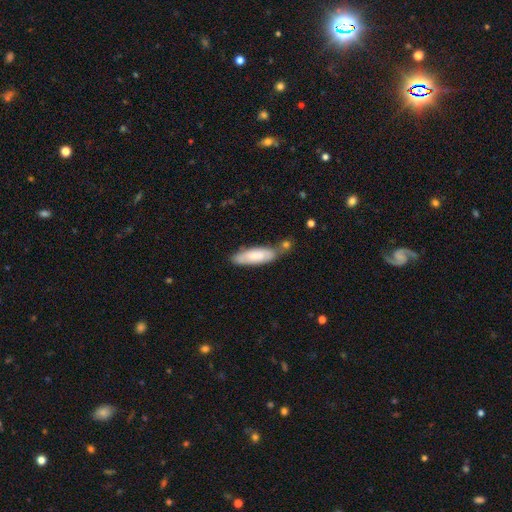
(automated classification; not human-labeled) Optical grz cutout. It shows a smooth galaxy with no disk features (70%) that is in between round and cigar-shaped (52%). Merging: none (58%).